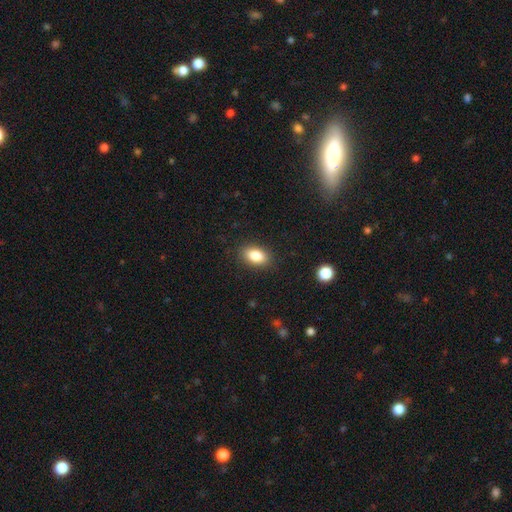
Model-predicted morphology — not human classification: smooth 85%, star or artifact 8%, featured or disk 7%. Down the decision tree: how rounded — in between (89%); merging — none (88%).